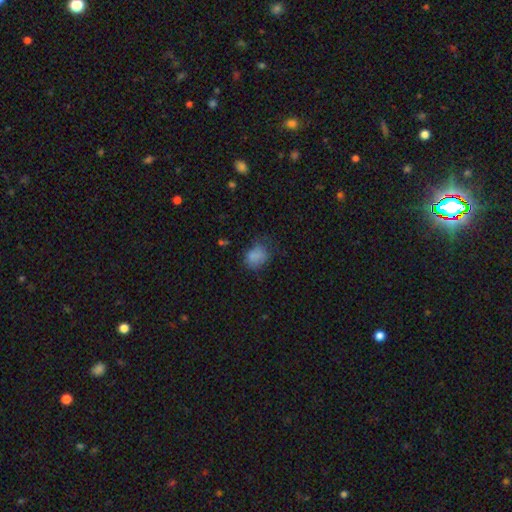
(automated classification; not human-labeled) Smooth or featured? smooth (80%)
How rounded? in between (54%)
Merging? none (53%)